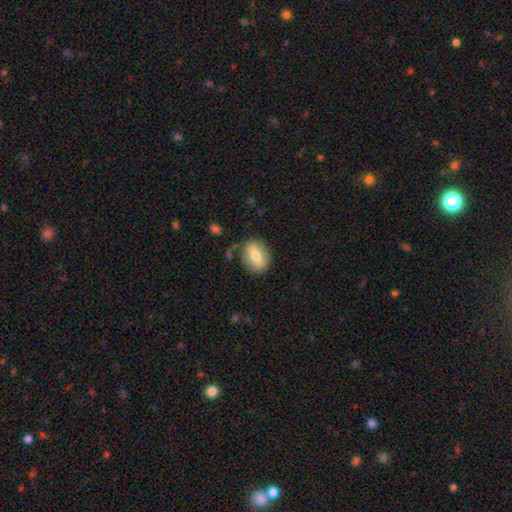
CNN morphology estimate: Smooth or featured? Predicted: smooth (p=0.53). How rounded? Predicted: in between (p=0.60). Merging? Predicted: none (p=0.81).